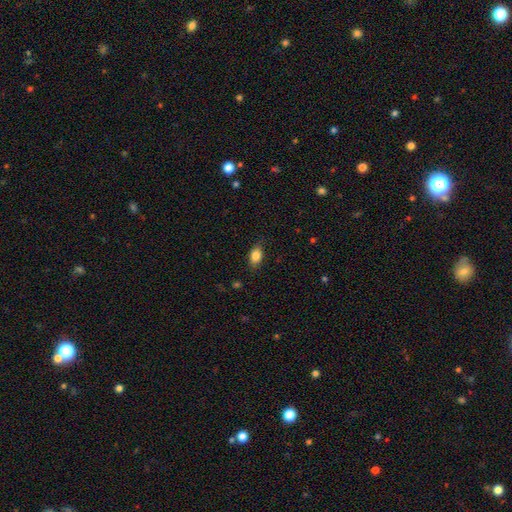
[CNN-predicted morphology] smooth 84%, star or artifact 8%, featured or disk 8%. Down the decision tree: how rounded — in between (83%); merging — none (80%).